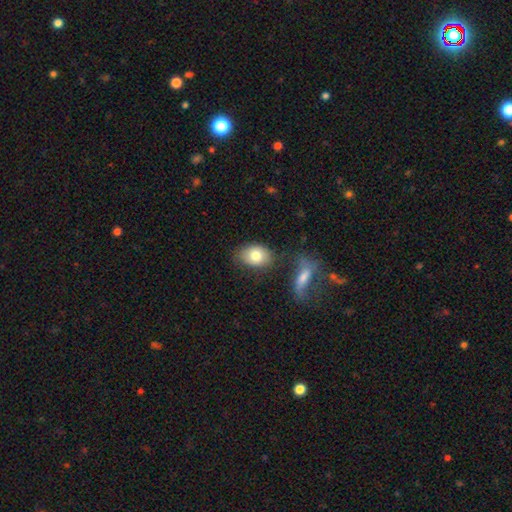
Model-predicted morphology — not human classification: Q: Smooth or featured?
A: smooth (79%); runner-up: featured or disk (14%)
Q: How rounded?
A: in between (79%); runner-up: round (20%)
Q: Merging?
A: none (68%); runner-up: minor disturbance (17%)